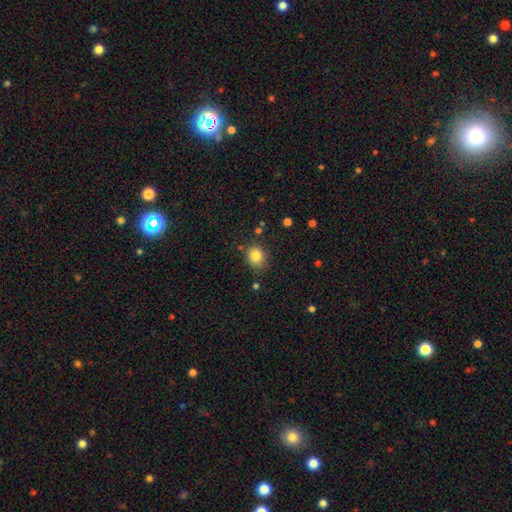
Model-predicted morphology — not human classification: smooth 82%, star or artifact 11%, featured or disk 6%. Down the decision tree: how rounded — round (60%); merging — none (77%).